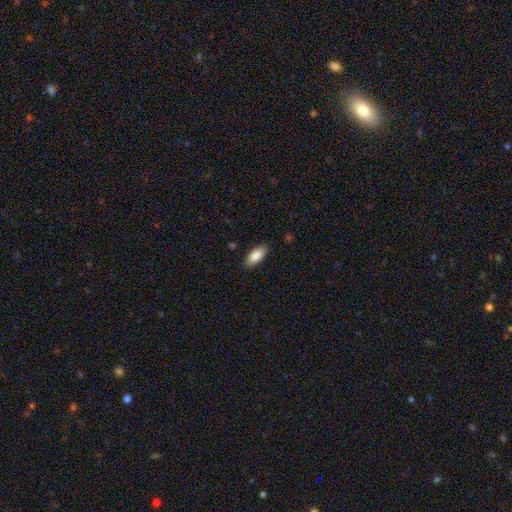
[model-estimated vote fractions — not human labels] This appears to be a smooth galaxy with no disk features (87%) that is in between round and cigar-shaped (81%). Merging: none (87%).